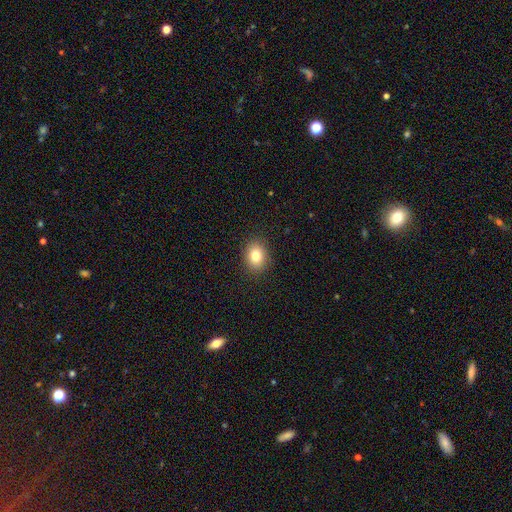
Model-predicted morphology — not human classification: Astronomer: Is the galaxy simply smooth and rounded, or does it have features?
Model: smooth — 81%.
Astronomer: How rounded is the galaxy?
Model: in between — 55% (runner-up: round, 44%).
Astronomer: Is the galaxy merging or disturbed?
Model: none — 89%.